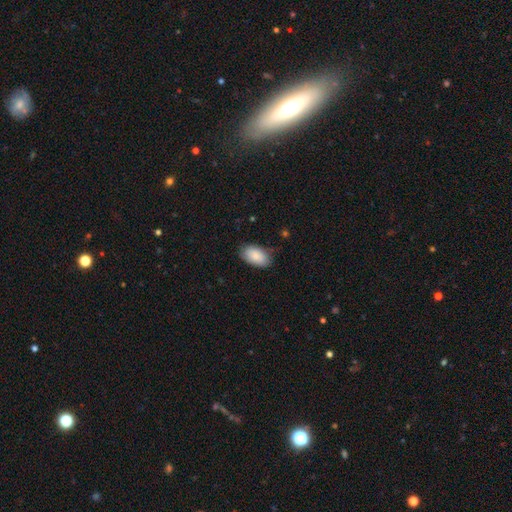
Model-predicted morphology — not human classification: smooth_or_featured: smooth (p=0.88) [alt: featured or disk p=0.06]
how_rounded: in between (p=0.94) [alt: round p=0.04]
merging: none (p=0.77) [alt: minor disturbance p=0.18]